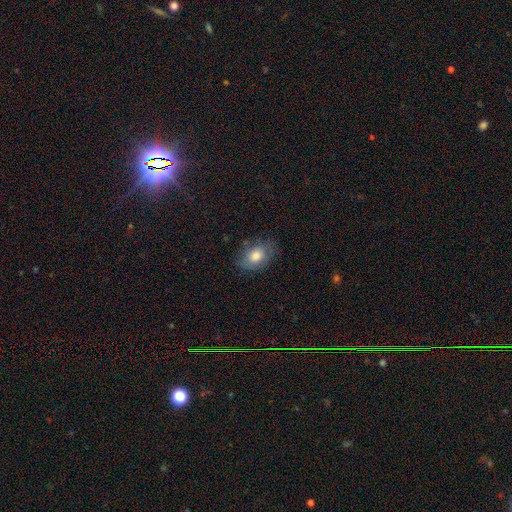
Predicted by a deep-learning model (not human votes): Overall: smooth (76%). How rounded: in between (83%). Merging: none (69%).